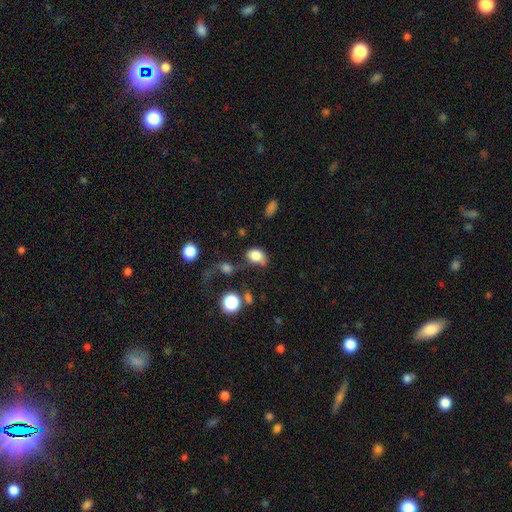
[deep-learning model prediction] Smooth or featured: smooth — 80% (featured or disk — 10%)
How rounded: in between — 68% (round — 31%)
Merging: none — 41% (minor disturbance — 29%)